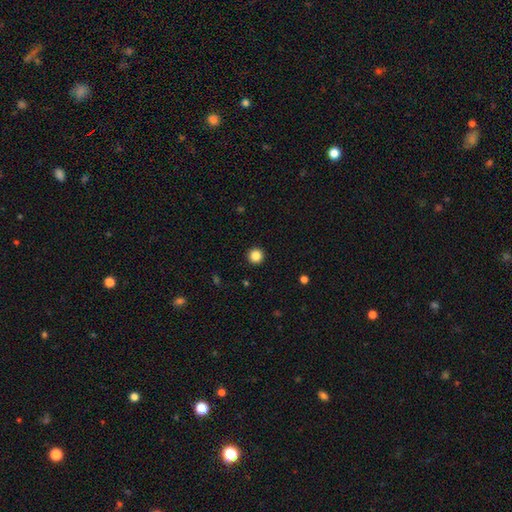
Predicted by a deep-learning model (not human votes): The model was most divided on "smooth or featured": smooth: 86%, star or artifact: 11%, featured or disk: 4%. More confident: how rounded — round (96%); merging — none (94%).